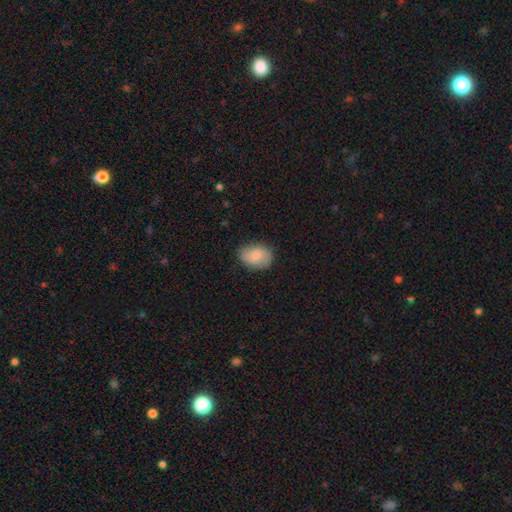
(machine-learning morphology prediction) smooth_or_featured: smooth (p=0.79) [alt: featured or disk p=0.15]
how_rounded: in between (p=0.76) [alt: round p=0.23]
merging: none (p=0.78) [alt: minor disturbance p=0.17]